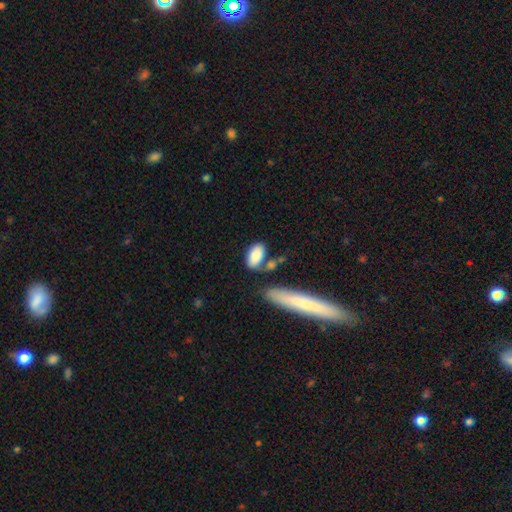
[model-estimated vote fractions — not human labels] A smooth galaxy with no disk features (85%) that is in between round and cigar-shaped (90%).

Vote fractions:
- Smooth or featured? smooth: 85% / featured or disk: 8% / star or artifact: 6%
- How rounded? in between: 90% / cigar-shaped: 6% / round: 4%
- Merging? none: 60% / merger: 17% / minor disturbance: 16% / major disturbance: 6%